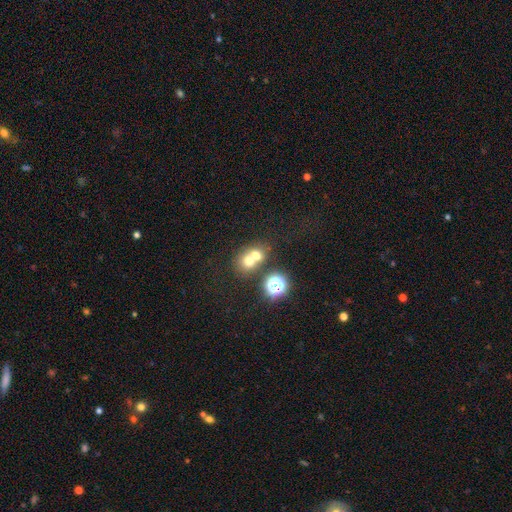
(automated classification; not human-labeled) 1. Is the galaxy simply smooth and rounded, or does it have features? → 64% smooth, 19% star or artifact, 18% featured or disk.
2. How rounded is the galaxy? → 74% round, 25% in between, 1% cigar-shaped.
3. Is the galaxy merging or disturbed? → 58% merger, 34% none, 6% minor disturbance, 3% major disturbance.